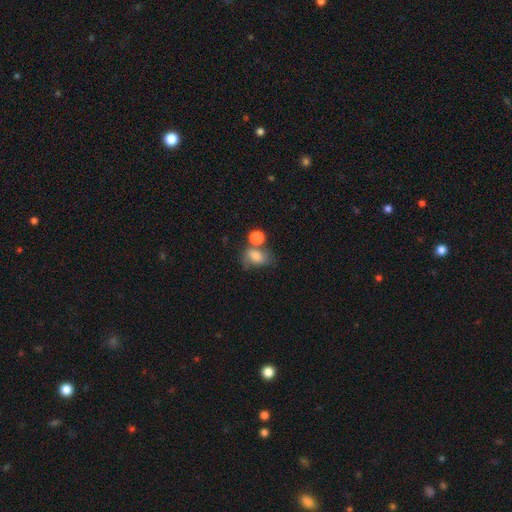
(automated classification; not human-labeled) Smooth or featured?
  - smooth: 73% *
  - featured or disk: 16%
  - star or artifact: 11%
How rounded?
  - in between: 64% *
  - round: 34%
  - cigar-shaped: 1%
Merging?
  - none: 33% *
  - merger: 31%
  - minor disturbance: 20%
  - major disturbance: 15%